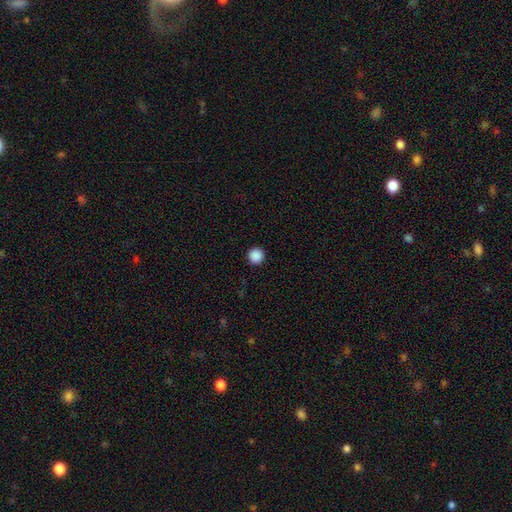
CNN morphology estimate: Q: Smooth or featured?
A: smooth (88%); runner-up: star or artifact (10%)
Q: How rounded?
A: round (96%); runner-up: in between (3%)
Q: Merging?
A: none (93%); runner-up: minor disturbance (4%)